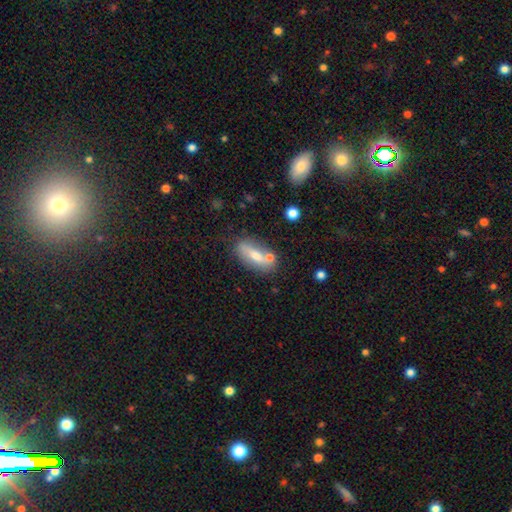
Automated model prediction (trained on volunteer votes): Q: Smooth or featured?
A: smooth (60%); runner-up: featured or disk (32%)
Q: How rounded?
A: in between (72%); runner-up: cigar-shaped (24%)
Q: Merging?
A: none (67%); runner-up: minor disturbance (15%)